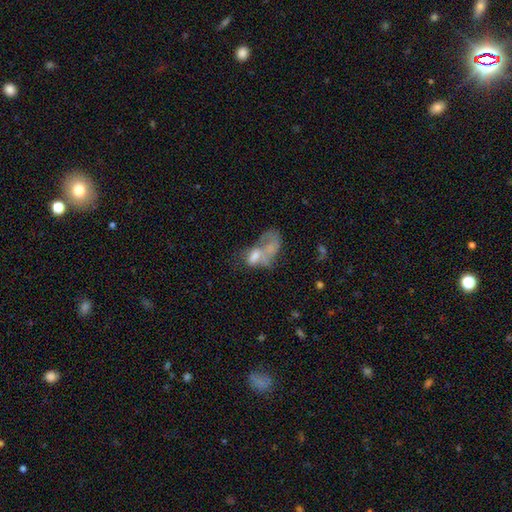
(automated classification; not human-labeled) A smooth galaxy with no disk features (47%). Merging: merger (57%).